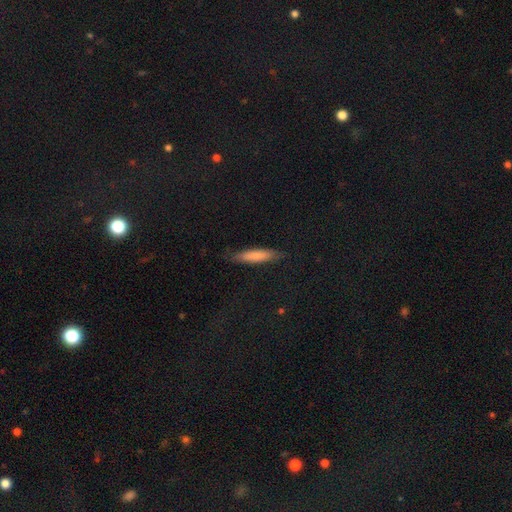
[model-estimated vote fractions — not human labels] Q: Smooth or featured?
A: smooth (79%); runner-up: featured or disk (15%)
Q: How rounded?
A: cigar-shaped (82%); runner-up: in between (16%)
Q: Merging?
A: none (84%); runner-up: minor disturbance (13%)